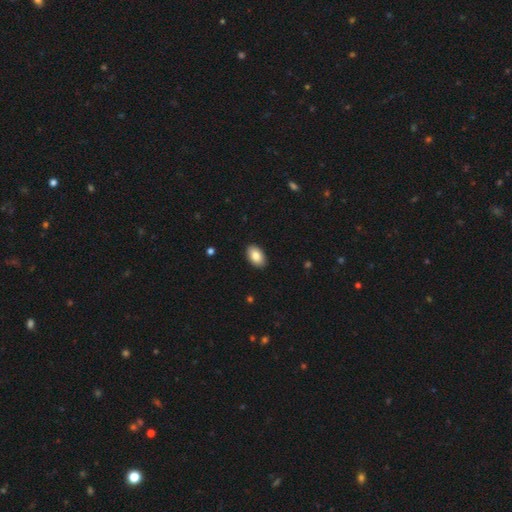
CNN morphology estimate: The model was most divided on "smooth or featured": smooth: 85%, featured or disk: 8%, star or artifact: 7%. More confident: how rounded — in between (93%); merging — none (91%).